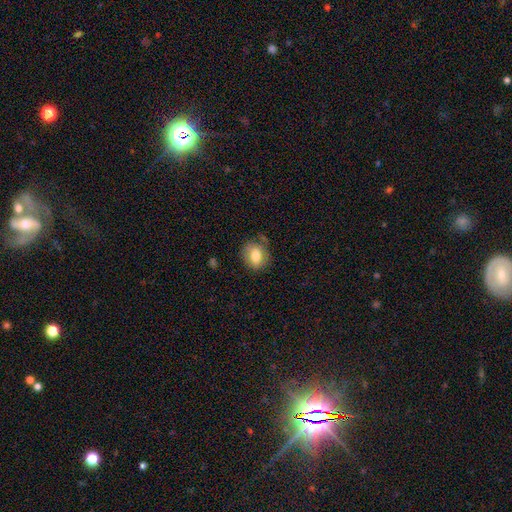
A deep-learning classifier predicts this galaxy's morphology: smooth-or-featured: smooth: 77% | featured or disk: 15% | star or artifact: 9%
  how-rounded: round: 53% | in between: 46% | cigar-shaped: 1%
  merging: none: 73% | minor disturbance: 20% | major disturbance: 5% | merger: 3%